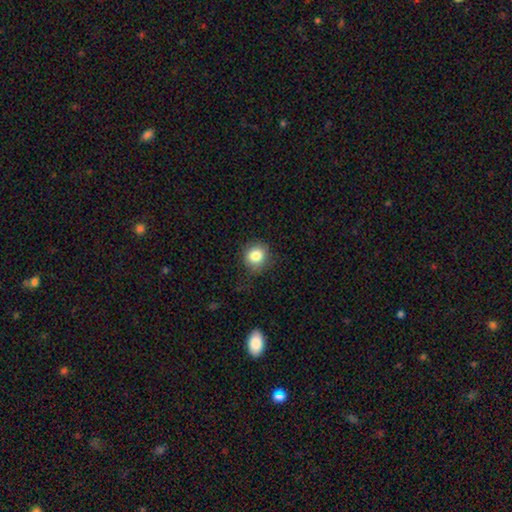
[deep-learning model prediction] smooth 83%, star or artifact 10%, featured or disk 6%. Down the decision tree: how rounded — round (85%); merging — none (78%).